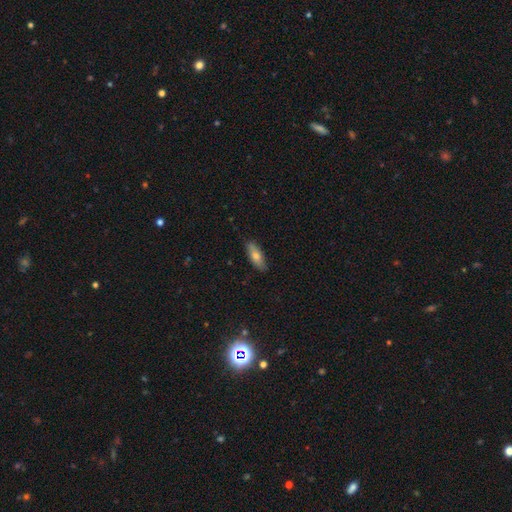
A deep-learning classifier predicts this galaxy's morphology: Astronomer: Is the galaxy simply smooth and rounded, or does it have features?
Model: smooth — 68%.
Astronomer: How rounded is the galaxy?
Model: in between — 57% (runner-up: cigar-shaped, 41%).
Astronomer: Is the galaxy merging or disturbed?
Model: none — 86%.